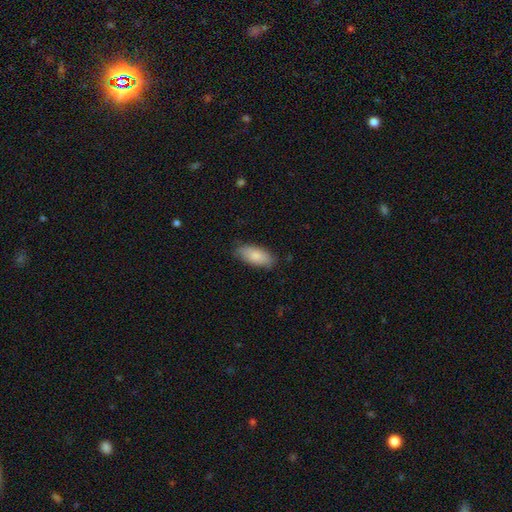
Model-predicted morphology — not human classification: Smooth or featured: smooth — 84% (featured or disk — 10%)
How rounded: in between — 88% (cigar-shaped — 10%)
Merging: none — 81% (minor disturbance — 15%)